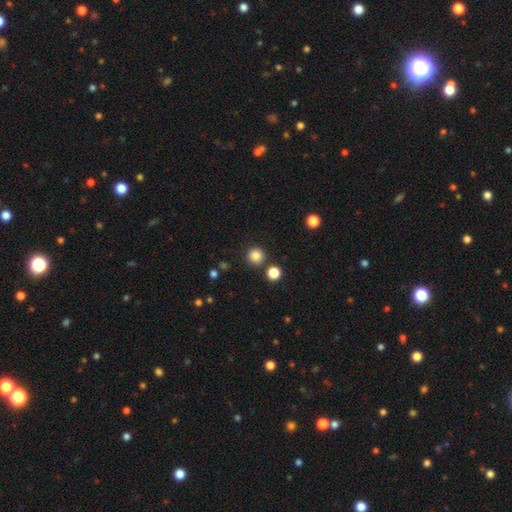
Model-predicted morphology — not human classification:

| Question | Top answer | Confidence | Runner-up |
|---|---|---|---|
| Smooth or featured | smooth | 84% | star or artifact (12%) |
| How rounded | round | 94% | in between (5%) |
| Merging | none | 86% | minor disturbance (6%) |